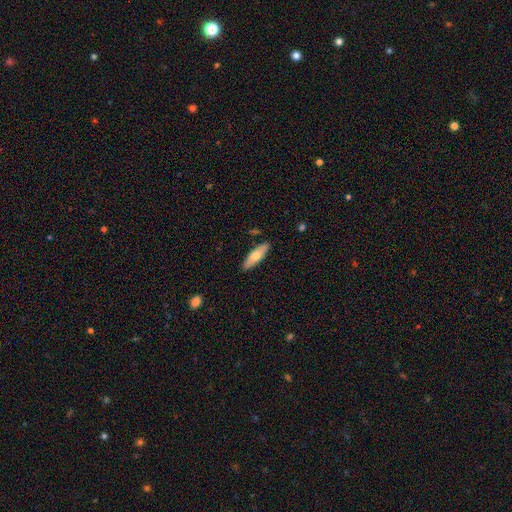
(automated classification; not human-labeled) Morphology: type=smooth (63%); roundness=cigar-shaped (50%); merging=none (87%).